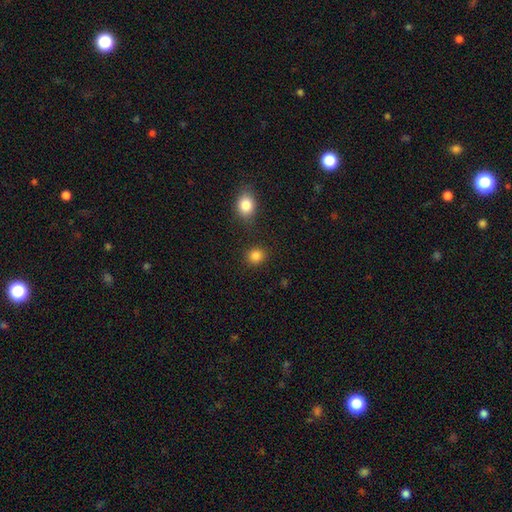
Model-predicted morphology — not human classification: A smooth galaxy with no disk features (86%) that is round (80%). Merging: none (86%).